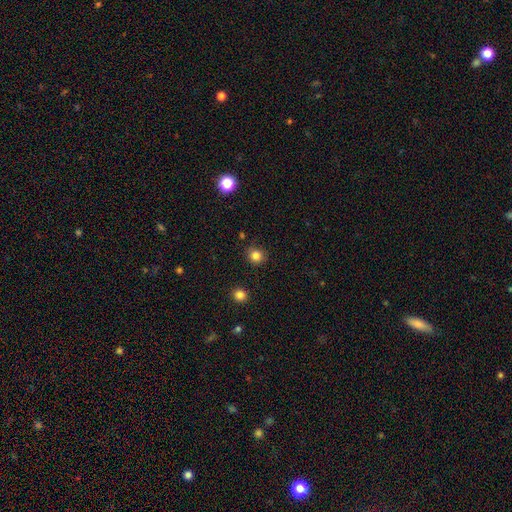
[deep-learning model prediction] smooth_or_featured: smooth (p=0.83) [alt: star or artifact p=0.12]
how_rounded: round (p=0.87) [alt: in between p=0.12]
merging: none (p=0.87) [alt: minor disturbance p=0.09]